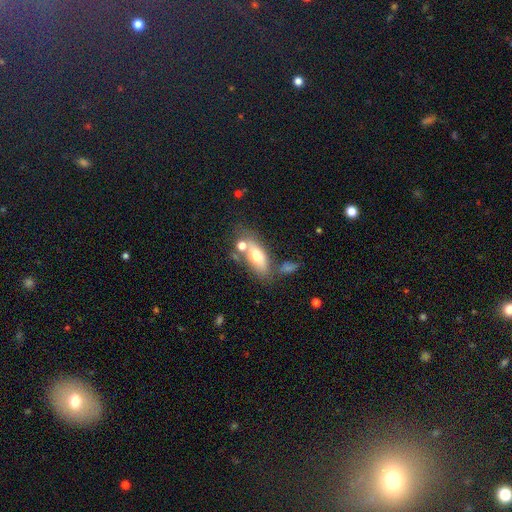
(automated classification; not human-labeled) Overall: smooth (63%; featured or disk 29%). How rounded: in between (77%). Merging: none (49%; merger 25%).